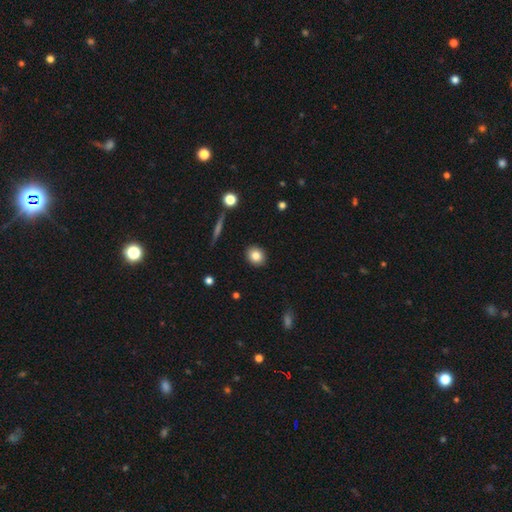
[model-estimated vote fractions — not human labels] A smooth galaxy with no disk features (83%) that is round (70%). Merging: none (91%).